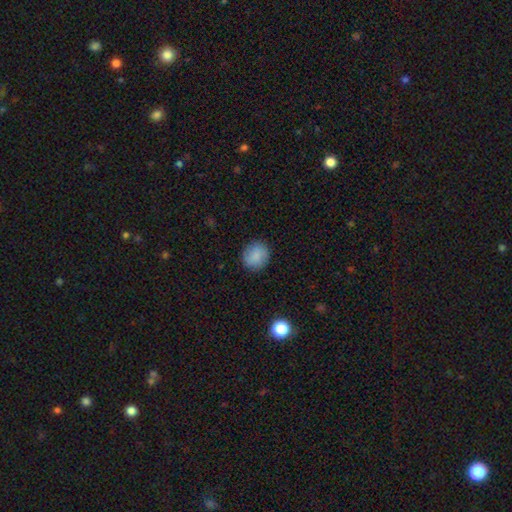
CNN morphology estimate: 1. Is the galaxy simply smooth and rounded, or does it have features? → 86% smooth, 8% star or artifact, 6% featured or disk.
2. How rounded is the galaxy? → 82% round, 17% in between, 1% cigar-shaped.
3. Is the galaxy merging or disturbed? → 87% none, 10% minor disturbance, 3% major disturbance, 1% merger.